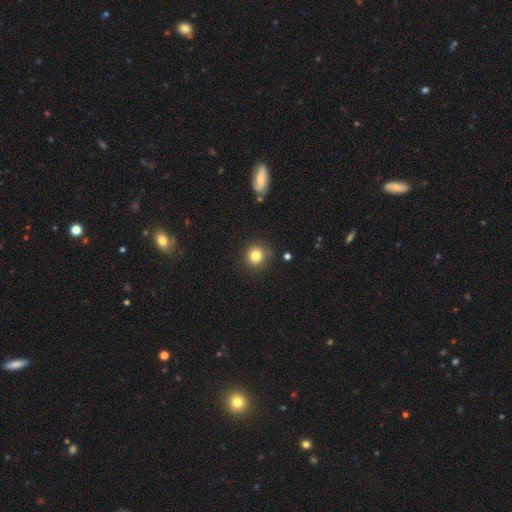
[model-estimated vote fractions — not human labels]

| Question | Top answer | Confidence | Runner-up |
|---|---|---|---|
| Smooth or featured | smooth | 82% | star or artifact (12%) |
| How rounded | round | 92% | in between (8%) |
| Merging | none | 85% | minor disturbance (10%) |